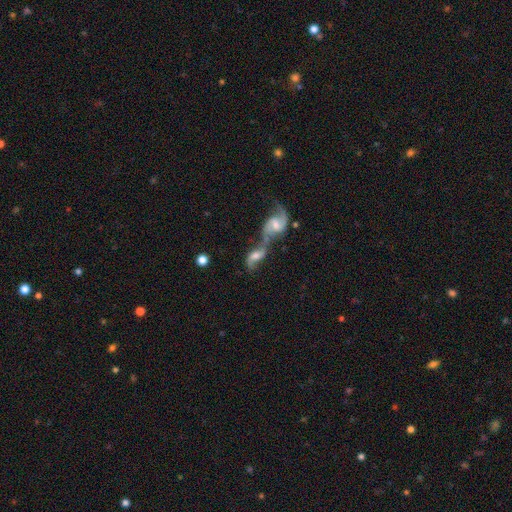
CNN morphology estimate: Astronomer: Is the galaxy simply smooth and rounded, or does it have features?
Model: featured or disk — 67%.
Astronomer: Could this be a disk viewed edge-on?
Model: no — 93%.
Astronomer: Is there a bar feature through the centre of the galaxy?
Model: weak — 46% (runner-up: no, 37%).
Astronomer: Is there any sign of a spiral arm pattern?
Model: yes — 88%.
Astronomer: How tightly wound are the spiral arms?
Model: loose — 66%.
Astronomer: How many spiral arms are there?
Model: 2 — 80%.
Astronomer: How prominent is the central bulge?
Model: moderate — 51% (runner-up: small, 27%).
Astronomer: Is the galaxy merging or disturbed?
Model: merger — 76%.